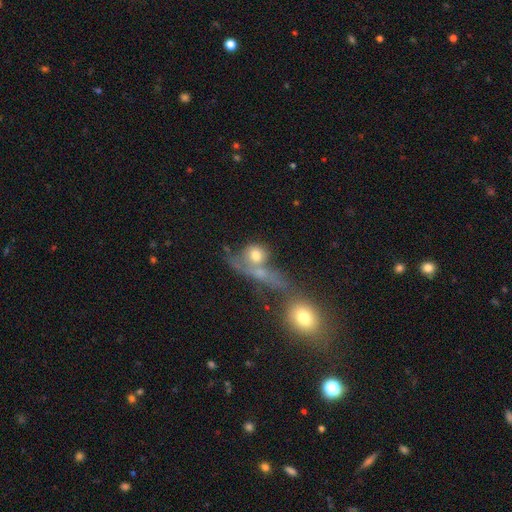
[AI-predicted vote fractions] A smooth galaxy with no disk features (62%) that is round (66%).

Vote fractions:
- Smooth or featured? smooth: 62% / featured or disk: 26% / star or artifact: 12%
- How rounded? round: 66% / in between: 29% / cigar-shaped: 5%
- Merging? merger: 50% / none: 23% / major disturbance: 17% / minor disturbance: 10%